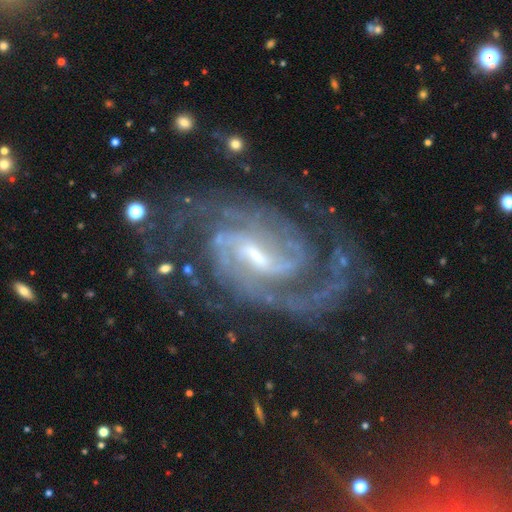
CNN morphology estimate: Smooth or featured? featured or disk (92%)
Edge-on disk? no (98%)
Bar? weak (51%)
Spiral arms? yes (98%)
Spiral winding? medium (47%)
Spiral arm count? 2 (43%)
Bulge size? small (47%)
Merging? none (64%)